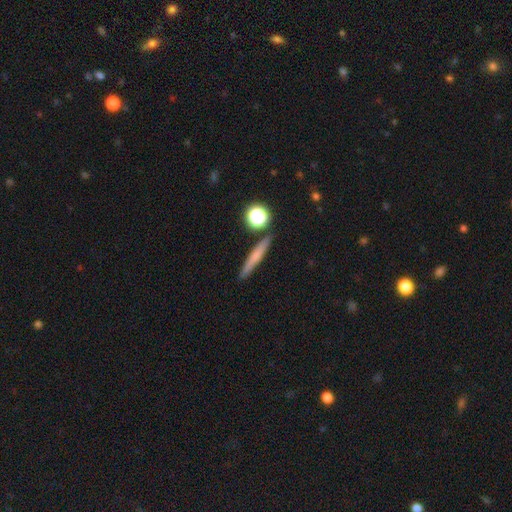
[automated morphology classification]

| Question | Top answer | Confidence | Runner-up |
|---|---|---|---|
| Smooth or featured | smooth | 58% | featured or disk (33%) |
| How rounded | cigar-shaped | 87% | round (7%) |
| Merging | none | 86% | minor disturbance (7%) |